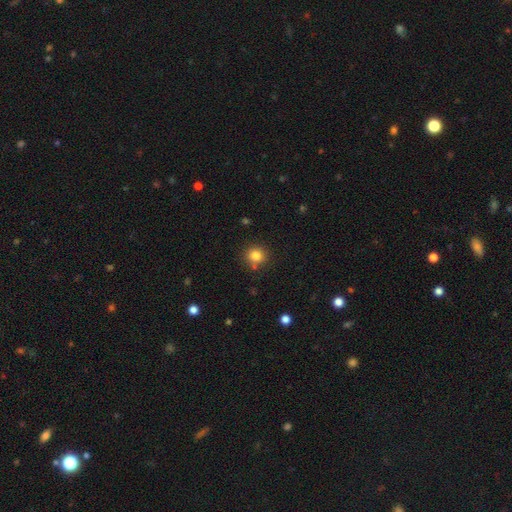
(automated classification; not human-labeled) Smooth or featured?
  - smooth: 82% *
  - star or artifact: 12%
  - featured or disk: 6%
How rounded?
  - round: 90% *
  - in between: 9%
  - cigar-shaped: 1%
Merging?
  - none: 82% *
  - minor disturbance: 9%
  - merger: 5%
  - major disturbance: 3%